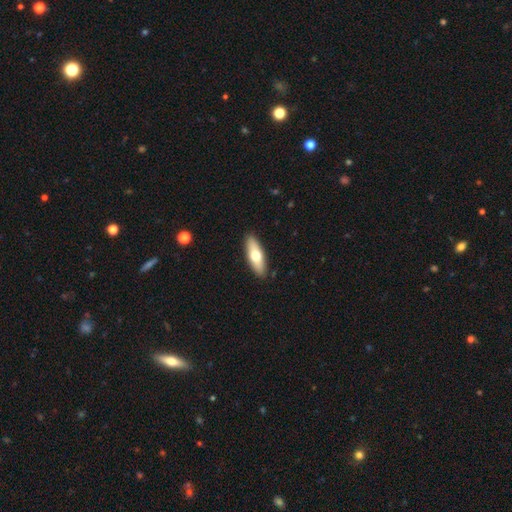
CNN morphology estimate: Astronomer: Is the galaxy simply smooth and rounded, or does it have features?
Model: smooth — 62%.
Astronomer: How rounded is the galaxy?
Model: in between — 57% (runner-up: cigar-shaped, 41%).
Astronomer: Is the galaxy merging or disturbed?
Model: none — 90%.